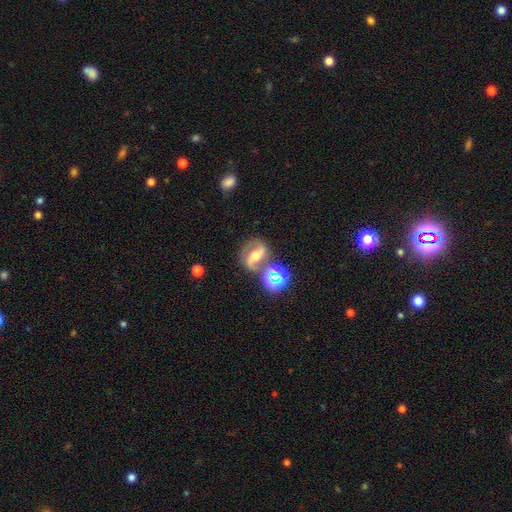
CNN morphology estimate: smooth_or_featured: featured or disk (p=0.73) [alt: smooth p=0.13]
disk_edge_on: no (p=0.95) [alt: yes p=0.05]
bar: strong (p=0.56) [alt: weak p=0.28]
has_spiral_arms: yes (p=0.89) [alt: no p=0.11]
spiral_winding: medium (p=0.51) [alt: loose p=0.28]
spiral_arm_count: 2 (p=0.89) [alt: can't tell p=0.04]
bulge_size: moderate (p=0.64) [alt: small p=0.23]
merging: none (p=0.67) [alt: minor disturbance p=0.14]